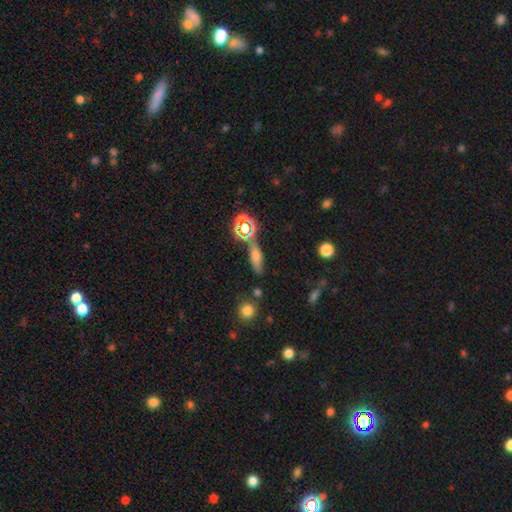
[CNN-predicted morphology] This is possibly a smooth galaxy (55%). How rounded: possibly cigar-shaped (52%). Merging: likely none (69%).